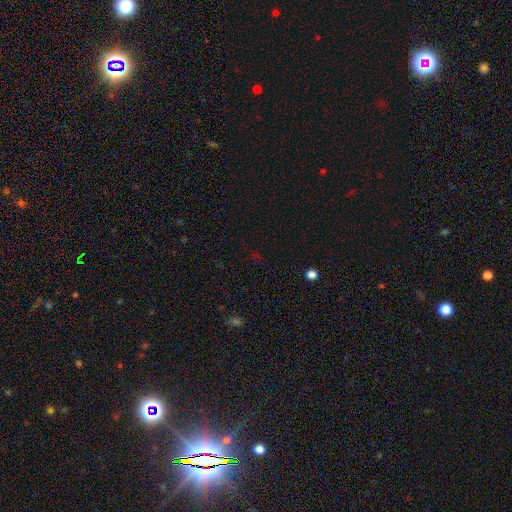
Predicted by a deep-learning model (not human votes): smooth-or-featured: star or artifact: 66% | smooth: 27% | featured or disk: 7%